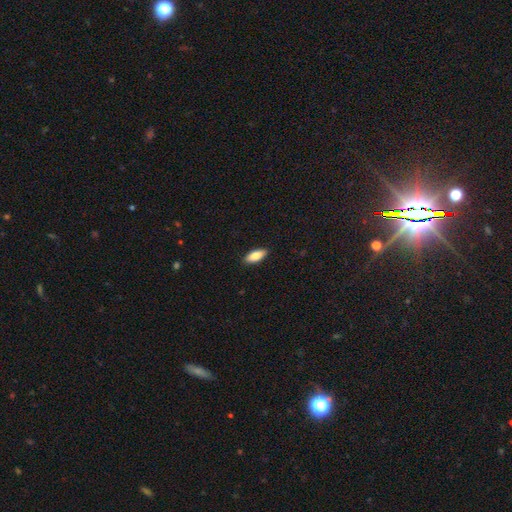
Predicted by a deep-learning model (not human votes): A smooth galaxy with no disk features (82%) that is in between round and cigar-shaped (80%). Merging: none (90%).